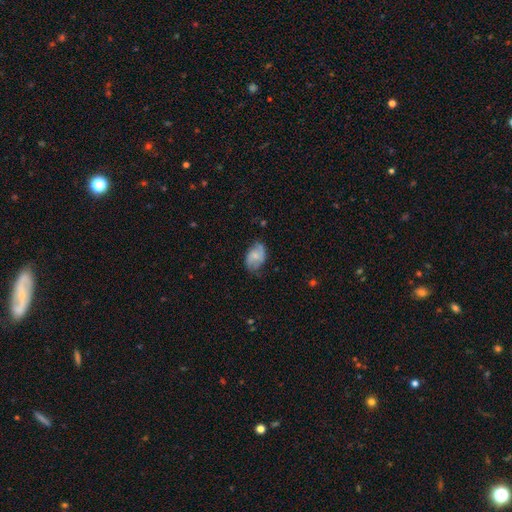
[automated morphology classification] This appears to be a smooth galaxy with no disk features (51%) that is in between round and cigar-shaped (85%). Merging: none (62%).